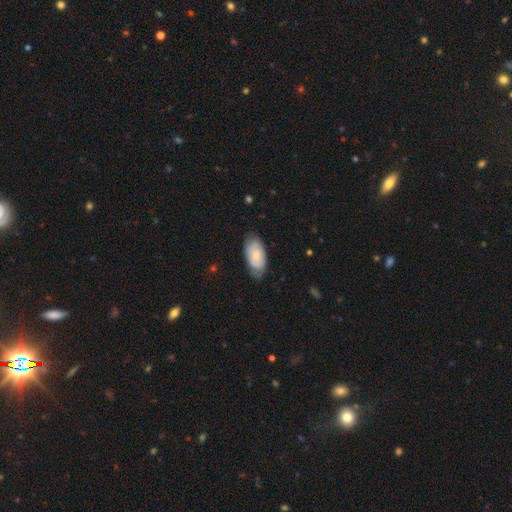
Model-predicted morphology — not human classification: A smooth galaxy with no disk features (65%) that is in between round and cigar-shaped (94%).

Vote fractions:
- Smooth or featured? smooth: 65% / featured or disk: 29% / star or artifact: 6%
- How rounded? in between: 94% / round: 3% / cigar-shaped: 3%
- Merging? none: 71% / minor disturbance: 23% / major disturbance: 5% / merger: 1%